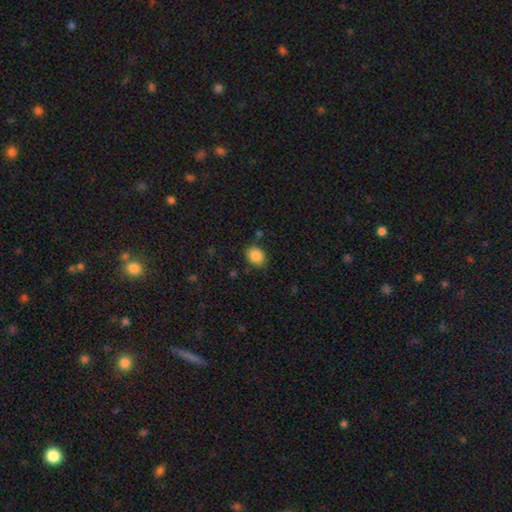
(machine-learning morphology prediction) The model was most divided on "how rounded": in between: 58%, round: 41%, cigar-shaped: 1%. More confident: smooth or featured — smooth (87%); merging — none (81%).